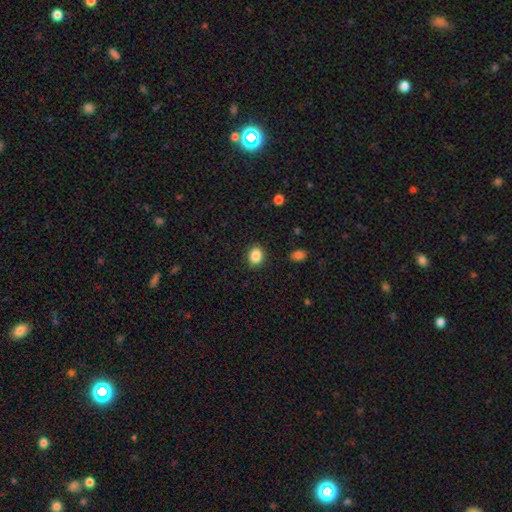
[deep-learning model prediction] A smooth galaxy with no disk features (86%) that is round (57%). Merging: none (89%).